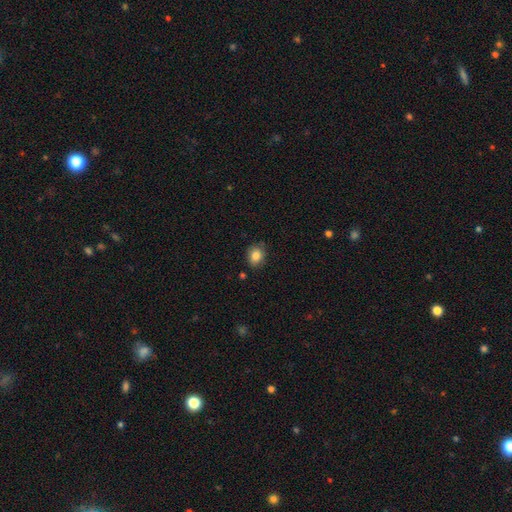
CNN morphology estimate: type=smooth (84%); roundness=round (57%); merging=none (81%).